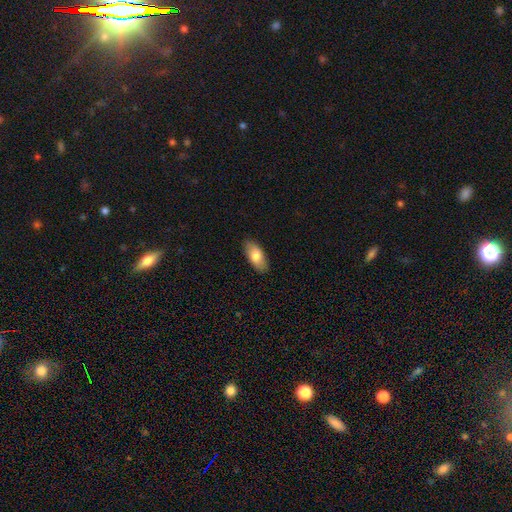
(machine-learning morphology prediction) Smooth or featured: smooth — 79% (featured or disk — 15%)
How rounded: in between — 90% (cigar-shaped — 8%)
Merging: none — 88% (minor disturbance — 9%)